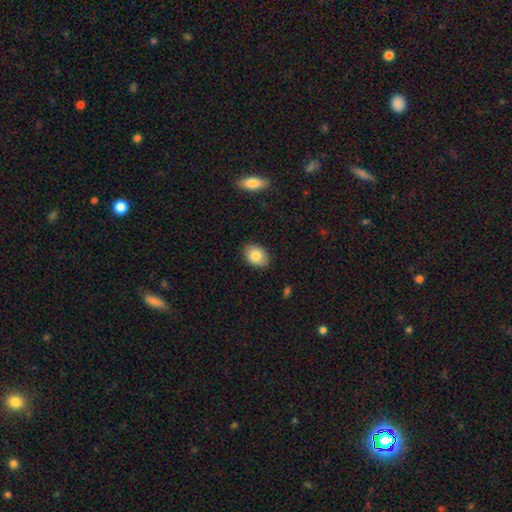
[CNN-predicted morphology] Q: Smooth or featured?
A: smooth (82%); runner-up: featured or disk (10%)
Q: How rounded?
A: in between (76%); runner-up: round (23%)
Q: Merging?
A: none (87%); runner-up: minor disturbance (9%)